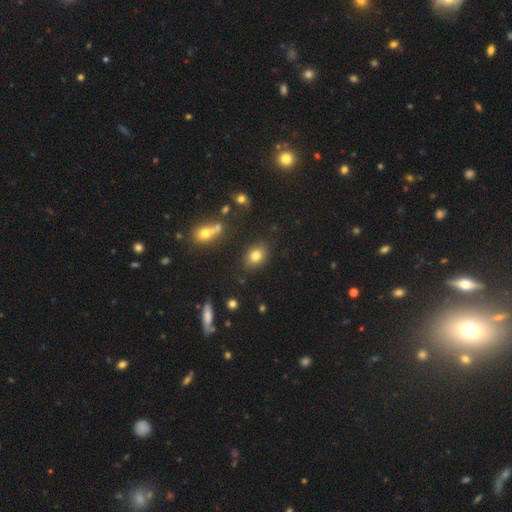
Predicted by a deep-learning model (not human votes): A smooth galaxy with no disk features (79%) that is in between round and cigar-shaped (61%).

Vote fractions:
- Smooth or featured? smooth: 79% / star or artifact: 12% / featured or disk: 9%
- How rounded? in between: 61% / round: 38% / cigar-shaped: 1%
- Merging? none: 83% / minor disturbance: 10% / merger: 4% / major disturbance: 3%